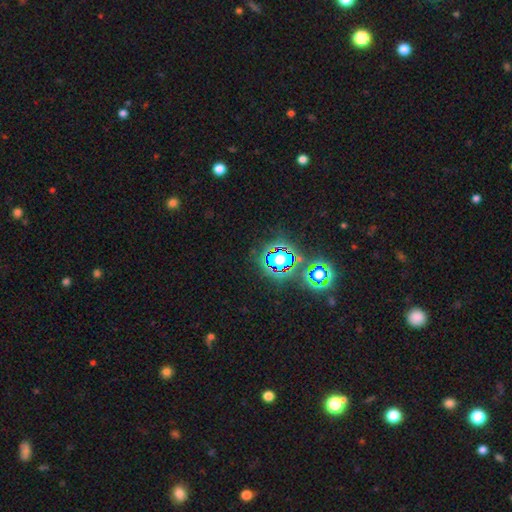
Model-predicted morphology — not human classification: Smooth or featured? star or artifact (81%)